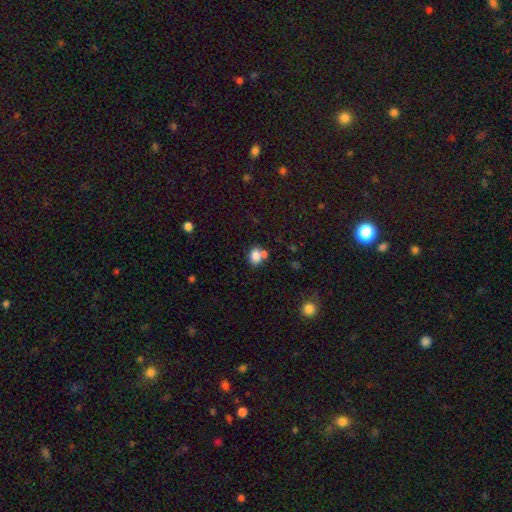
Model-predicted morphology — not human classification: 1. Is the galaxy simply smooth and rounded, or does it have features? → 80% smooth, 11% star or artifact, 10% featured or disk.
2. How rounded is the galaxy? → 55% in between, 44% round, 1% cigar-shaped.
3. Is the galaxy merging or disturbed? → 43% none, 41% merger, 11% minor disturbance, 5% major disturbance.